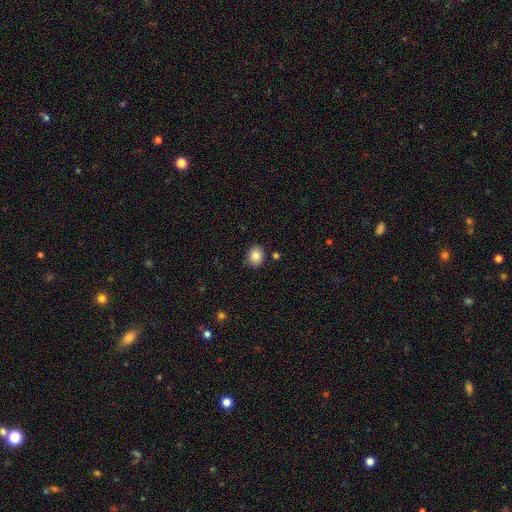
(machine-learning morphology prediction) Overall: smooth (85%). How rounded: round (68%; in between 31%). Merging: none (85%).